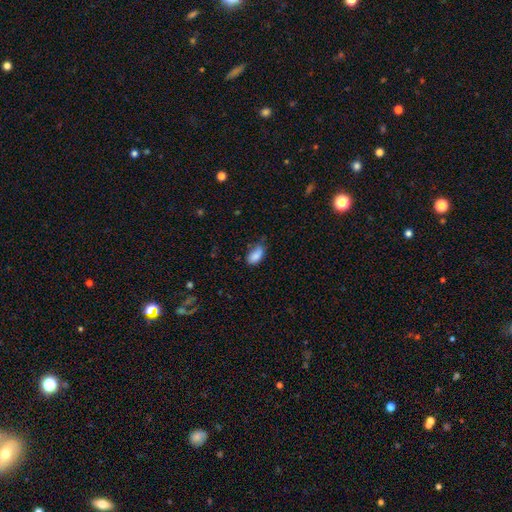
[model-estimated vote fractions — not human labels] Smooth or featured? smooth (84%)
How rounded? in between (92%)
Merging? none (47%)